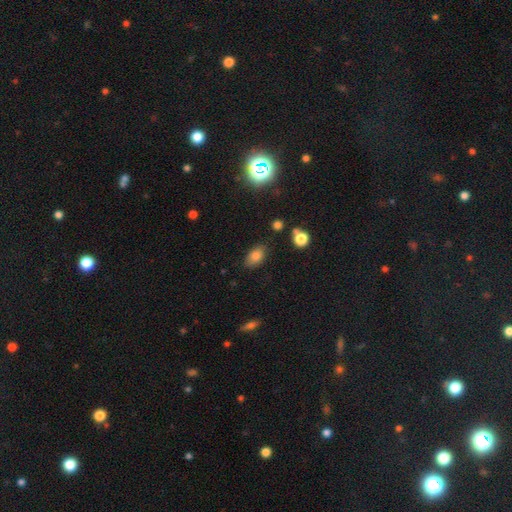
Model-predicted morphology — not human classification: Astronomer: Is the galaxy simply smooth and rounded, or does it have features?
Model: smooth — 79%.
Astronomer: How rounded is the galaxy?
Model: in between — 88%.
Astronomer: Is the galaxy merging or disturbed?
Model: none — 81%.